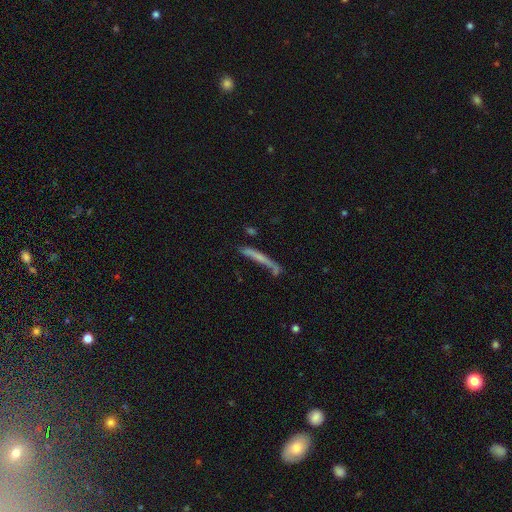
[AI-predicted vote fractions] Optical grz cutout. It shows a smooth galaxy with no disk features (47%). Merging: none (63%).